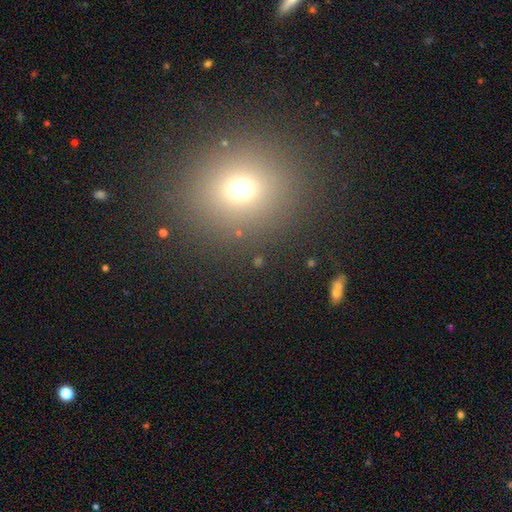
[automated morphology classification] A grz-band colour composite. It shows a smooth galaxy with no disk features (66%) that is round (78%). Merging: none (89%).